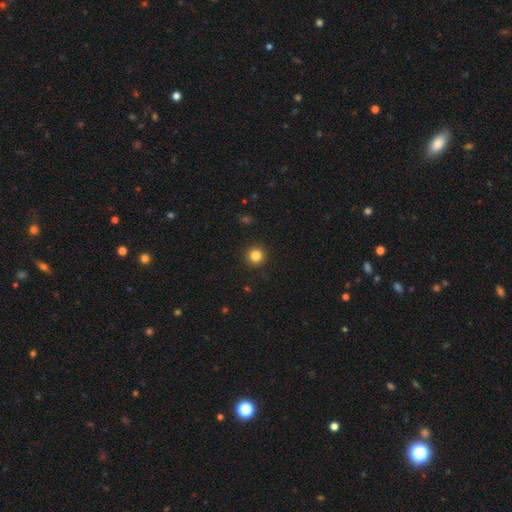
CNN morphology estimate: A smooth galaxy with no disk features (84%) that is round (95%).

Vote fractions:
- Smooth or featured? smooth: 84% / star or artifact: 12% / featured or disk: 5%
- How rounded? round: 95% / in between: 4% / cigar-shaped: 1%
- Merging? none: 92% / minor disturbance: 5% / major disturbance: 2% / merger: 1%